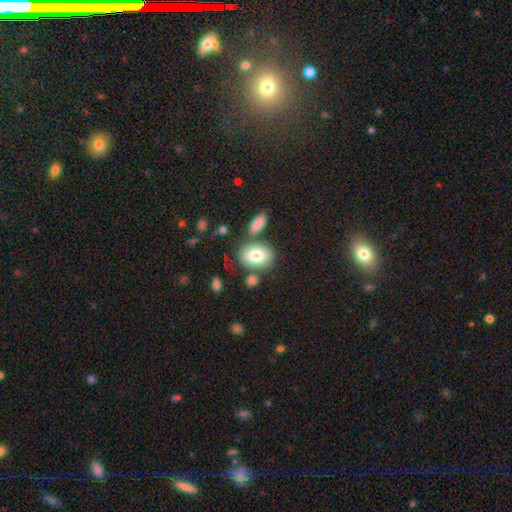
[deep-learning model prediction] Smooth or featured: smooth — 79% (featured or disk — 14%)
How rounded: in between — 72% (round — 27%)
Merging: none — 66% (merger — 15%)